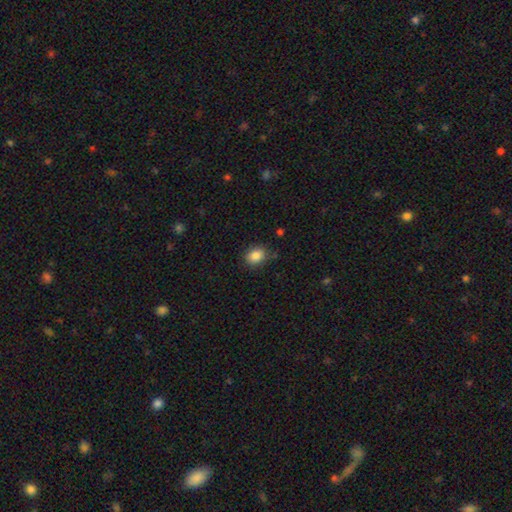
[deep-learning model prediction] Morphology: type=smooth (86%); roundness=in between (51%); merging=none (82%).